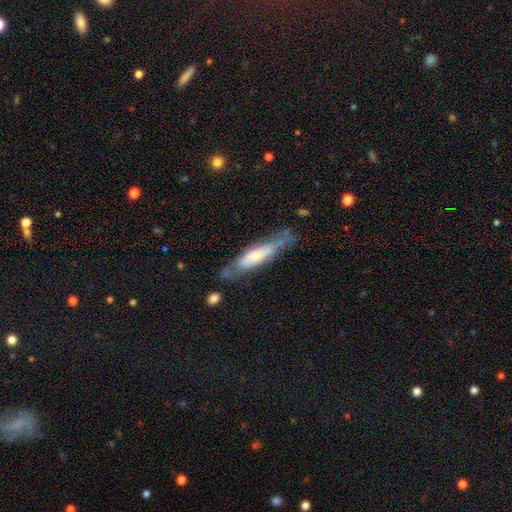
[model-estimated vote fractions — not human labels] A featured or disk galaxy (54%) viewed edge-on (51%). Merging: none (63%).